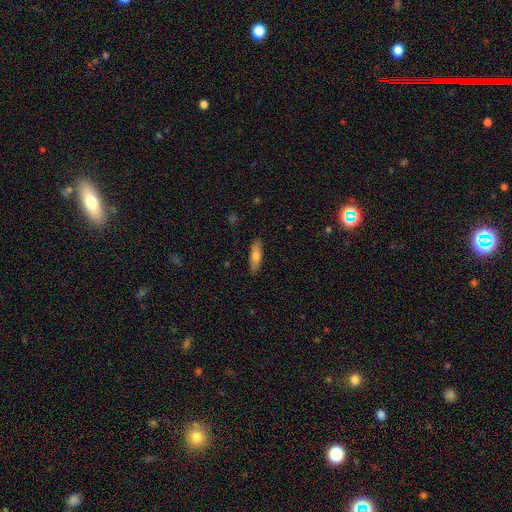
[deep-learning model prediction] smooth-or-featured: smooth: 68% | featured or disk: 25% | star or artifact: 7%
  how-rounded: cigar-shaped: 59% | in between: 38% | round: 2%
  merging: none: 89% | minor disturbance: 9% | major disturbance: 2% | merger: 1%